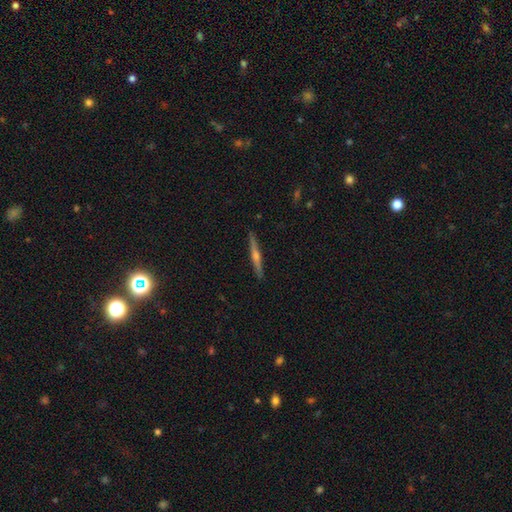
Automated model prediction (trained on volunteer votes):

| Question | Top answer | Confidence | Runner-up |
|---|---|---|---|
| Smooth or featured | featured or disk | 72% | smooth (22%) |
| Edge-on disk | yes | 98% | no (2%) |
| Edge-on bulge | rounded | 83% | none (11%) |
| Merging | none | 91% | minor disturbance (6%) |